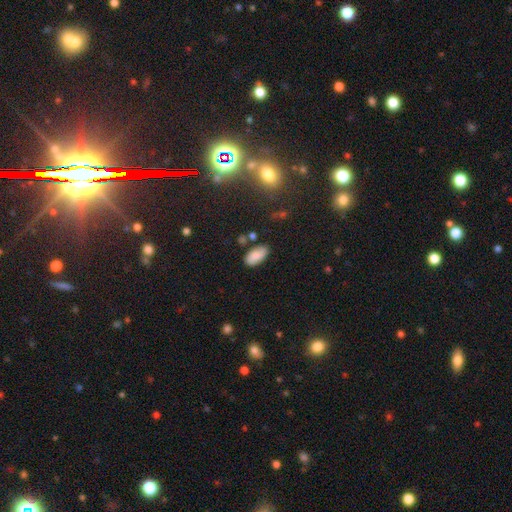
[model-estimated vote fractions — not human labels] This appears to be a smooth galaxy with no disk features (84%) that is in between round and cigar-shaped (95%). Merging: none (78%).